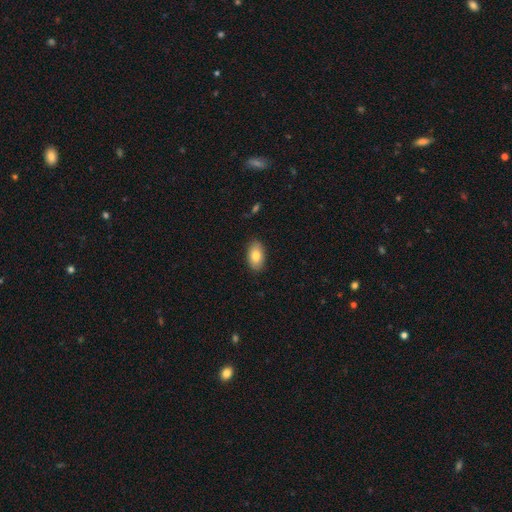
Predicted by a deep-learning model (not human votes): Smooth or featured?
  - smooth: 82% *
  - featured or disk: 11%
  - star or artifact: 7%
How rounded?
  - in between: 92% *
  - round: 6%
  - cigar-shaped: 2%
Merging?
  - none: 88% *
  - minor disturbance: 9%
  - major disturbance: 2%
  - merger: 1%